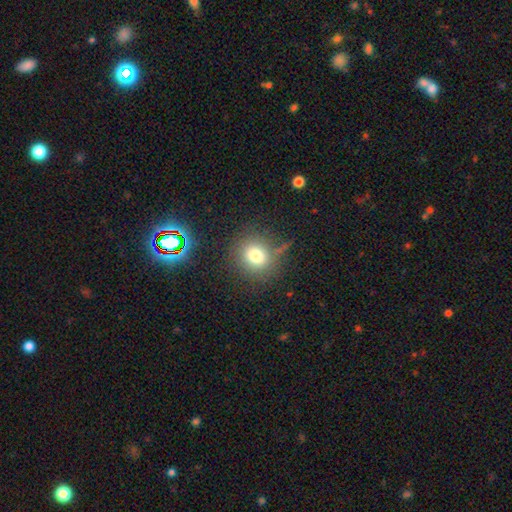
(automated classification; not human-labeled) Smooth or featured?
  - smooth: 71% *
  - star or artifact: 20%
  - featured or disk: 9%
How rounded?
  - round: 83% *
  - in between: 16%
  - cigar-shaped: 1%
Merging?
  - none: 80% *
  - minor disturbance: 12%
  - merger: 4%
  - major disturbance: 4%